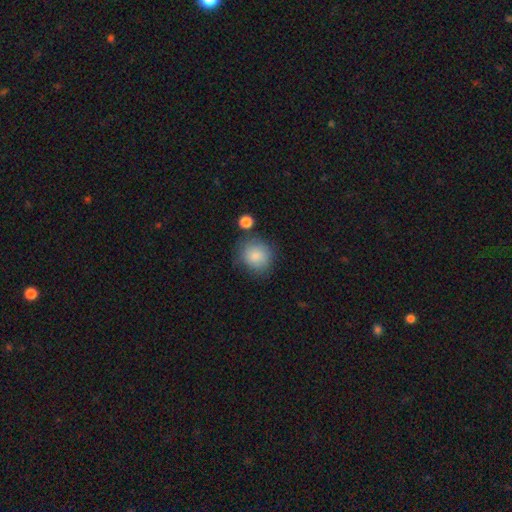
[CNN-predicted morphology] The model was most divided on "merging": none: 72%, minor disturbance: 16%, merger: 6%, major disturbance: 5%. More confident: smooth or featured — smooth (84%); how rounded — round (84%).